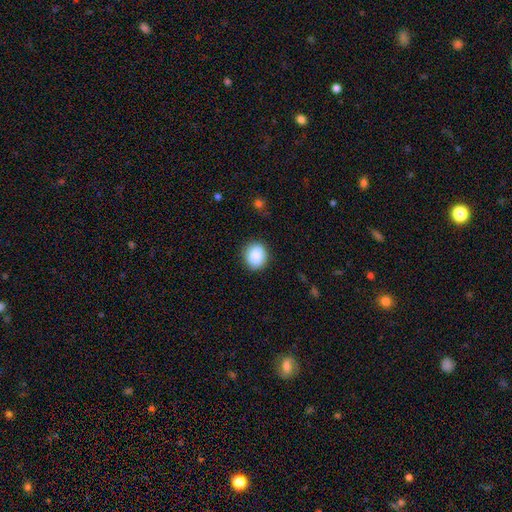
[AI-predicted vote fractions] Smooth or featured: smooth — 88% (star or artifact — 8%)
How rounded: round — 73% (in between — 26%)
Merging: none — 86% (minor disturbance — 10%)